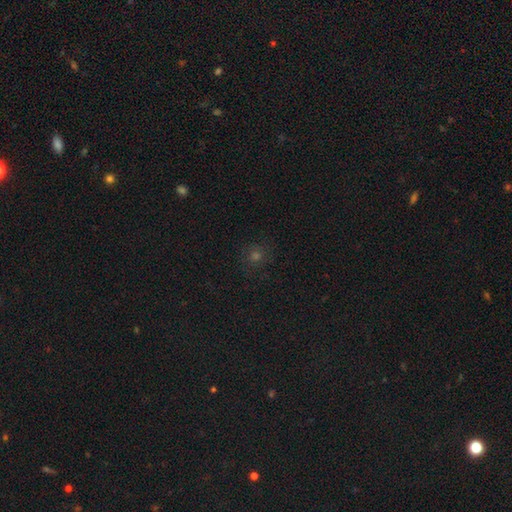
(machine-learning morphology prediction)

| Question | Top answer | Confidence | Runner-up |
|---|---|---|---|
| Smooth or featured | smooth | 51% | star or artifact (38%) |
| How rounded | round | 90% | in between (9%) |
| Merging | none | 86% | minor disturbance (9%) |